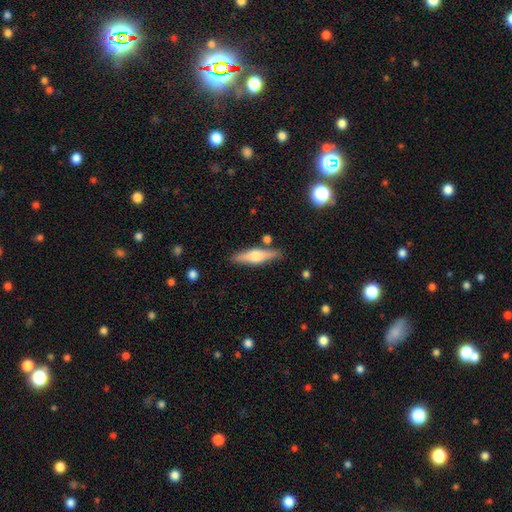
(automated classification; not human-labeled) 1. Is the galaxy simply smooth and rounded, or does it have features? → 54% featured or disk, 40% smooth, 6% star or artifact.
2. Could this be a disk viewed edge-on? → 94% yes, 6% no.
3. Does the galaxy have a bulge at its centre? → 92% rounded, 5% boxy, 3% none.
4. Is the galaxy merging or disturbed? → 83% none, 10% minor disturbance, 4% merger, 2% major disturbance.